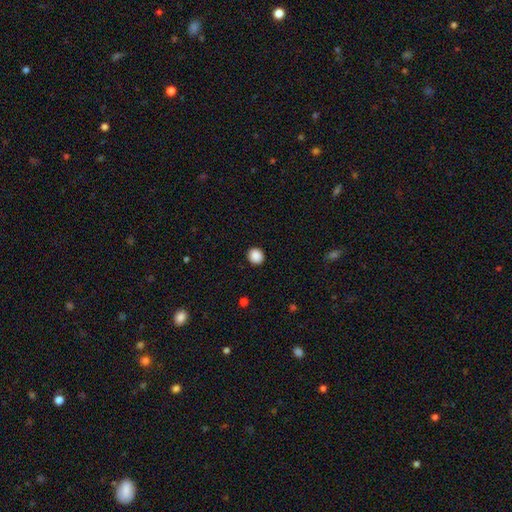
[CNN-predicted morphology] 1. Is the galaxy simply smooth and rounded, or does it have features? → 89% smooth, 9% star or artifact, 2% featured or disk.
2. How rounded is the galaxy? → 86% round, 13% in between, 1% cigar-shaped.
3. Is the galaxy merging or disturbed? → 92% none, 5% minor disturbance, 2% major disturbance, 1% merger.